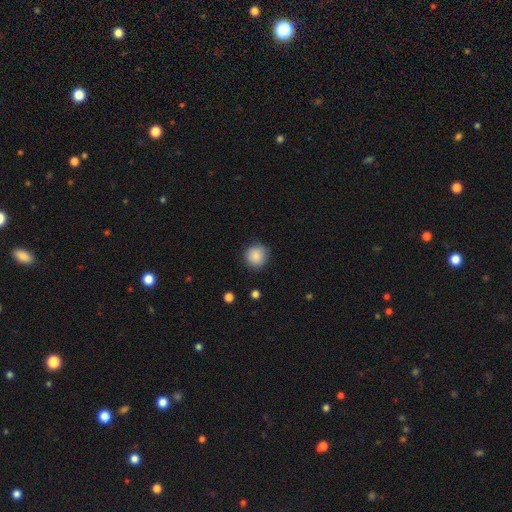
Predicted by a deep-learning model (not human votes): smooth-or-featured: smooth: 88% | star or artifact: 8% | featured or disk: 4%
  how-rounded: round: 92% | in between: 7% | cigar-shaped: 1%
  merging: none: 86% | minor disturbance: 10% | major disturbance: 3% | merger: 1%